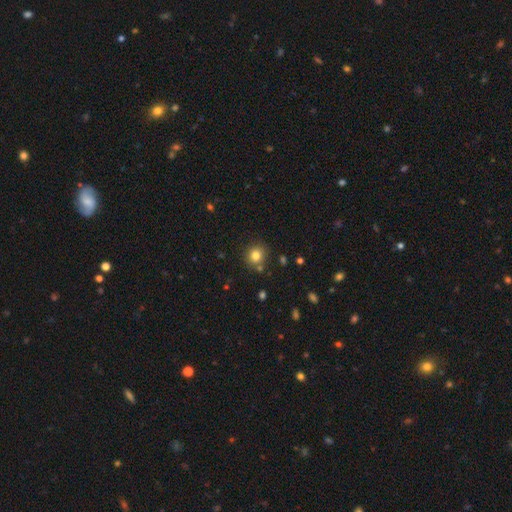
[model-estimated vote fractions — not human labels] Q: Smooth or featured?
A: smooth (80%); runner-up: star or artifact (13%)
Q: How rounded?
A: round (88%); runner-up: in between (11%)
Q: Merging?
A: none (81%); runner-up: minor disturbance (9%)